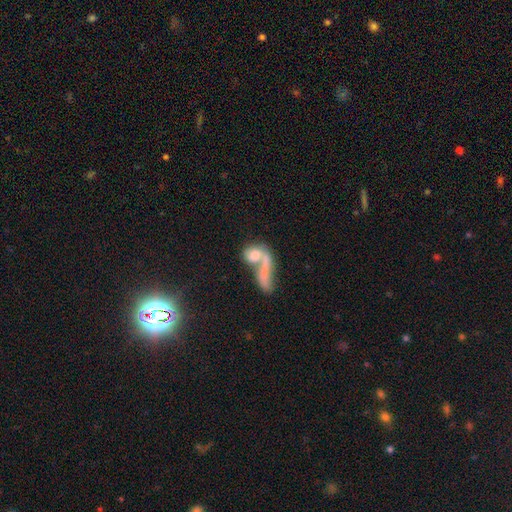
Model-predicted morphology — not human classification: This is marginally a smooth galaxy (37%, tied with star or artifact). Merging: possibly merger (45%).